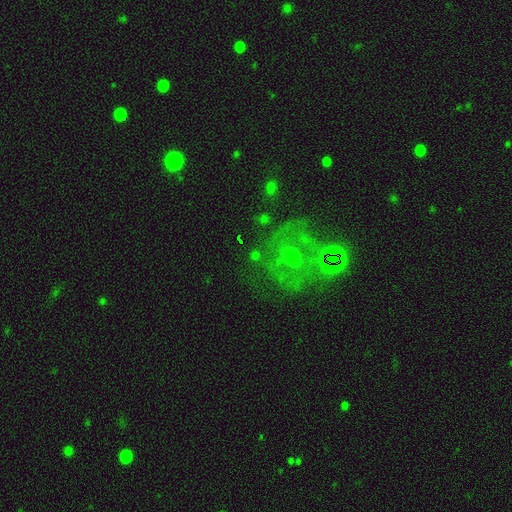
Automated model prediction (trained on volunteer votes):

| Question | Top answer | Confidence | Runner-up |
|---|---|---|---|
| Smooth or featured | featured or disk | 40% | star or artifact (30%) |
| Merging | none | 66% | minor disturbance (15%) |